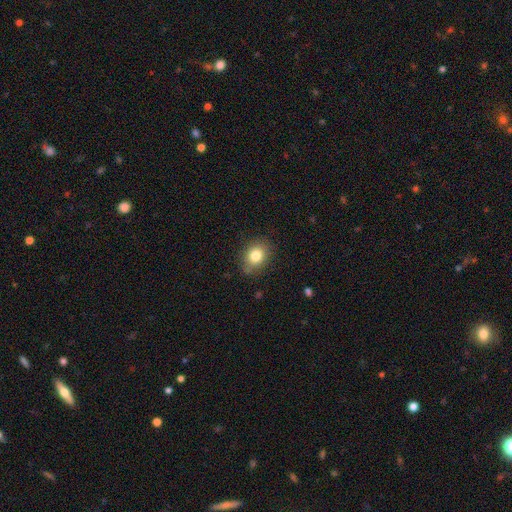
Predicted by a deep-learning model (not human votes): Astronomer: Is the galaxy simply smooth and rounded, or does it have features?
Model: smooth — 82%.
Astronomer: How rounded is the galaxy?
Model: in between — 51% (runner-up: round, 48%).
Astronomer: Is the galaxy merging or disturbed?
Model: none — 80%.